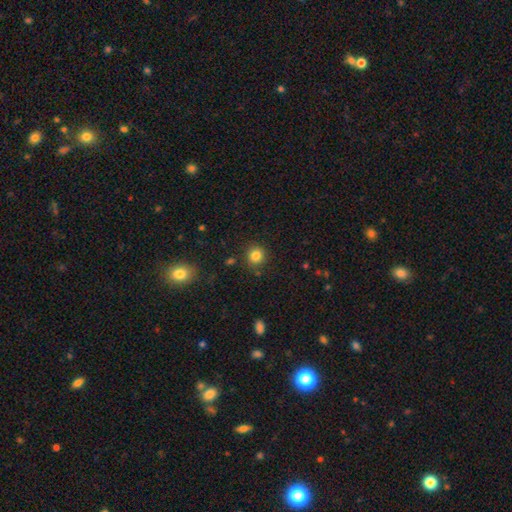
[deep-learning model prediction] A smooth galaxy with no disk features (83%) that is round (92%). Merging: none (87%).